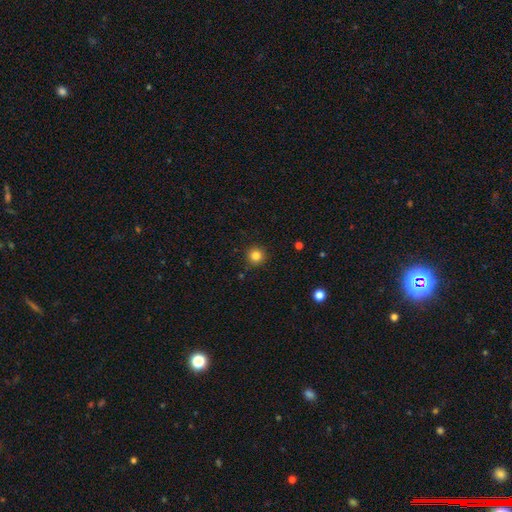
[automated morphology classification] smooth 83%, star or artifact 12%, featured or disk 5%. Down the decision tree: how rounded — round (95%); merging — none (91%).